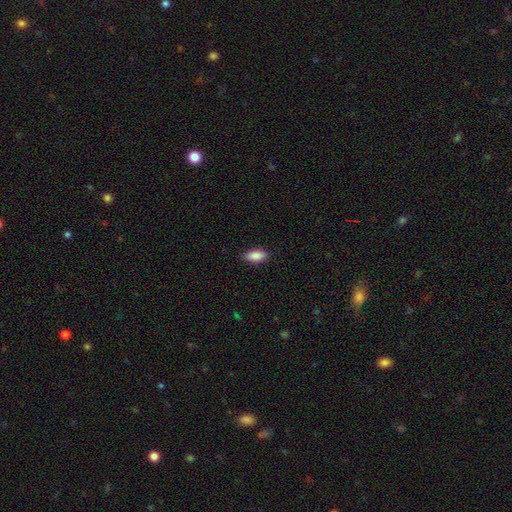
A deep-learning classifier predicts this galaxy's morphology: The model was most divided on "how rounded": in between: 88%, cigar-shaped: 10%, round: 2%. More confident: smooth or featured — smooth (89%); merging — none (88%).